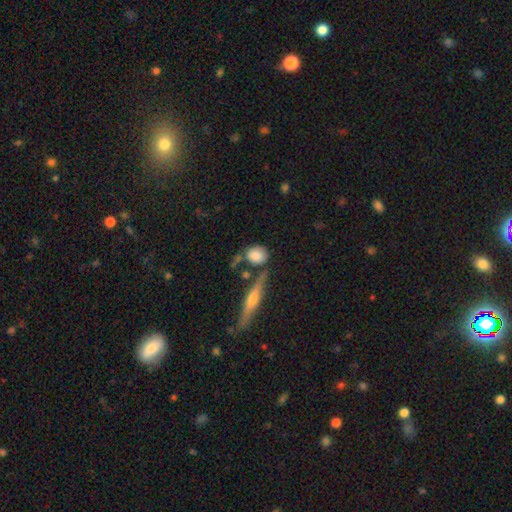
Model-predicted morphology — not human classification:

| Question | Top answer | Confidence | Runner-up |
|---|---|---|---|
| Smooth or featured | smooth | 79% | featured or disk (13%) |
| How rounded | round | 62% | in between (33%) |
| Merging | none | 61% | minor disturbance (19%) |